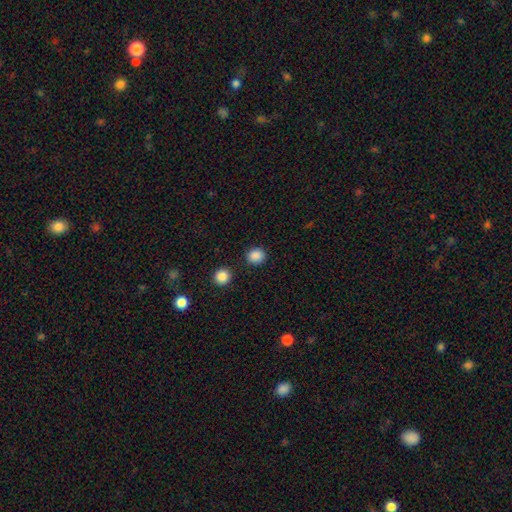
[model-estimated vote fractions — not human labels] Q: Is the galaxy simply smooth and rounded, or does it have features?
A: smooth — 87%.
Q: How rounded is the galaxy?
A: round — 81%.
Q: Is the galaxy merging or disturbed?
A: none — 86%.